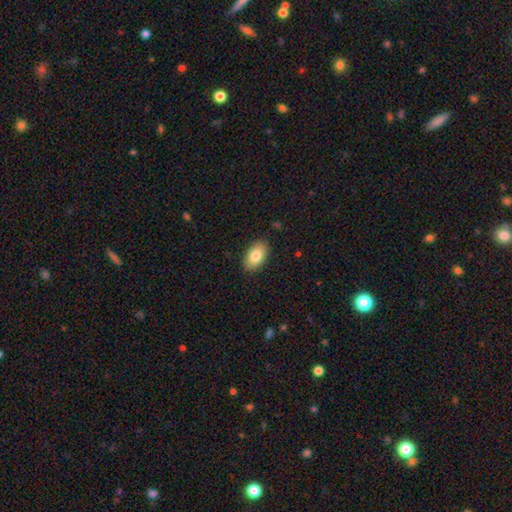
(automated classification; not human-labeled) This is clearly a smooth galaxy (83%). How rounded: clearly in between (93%). Merging: clearly none (87%).